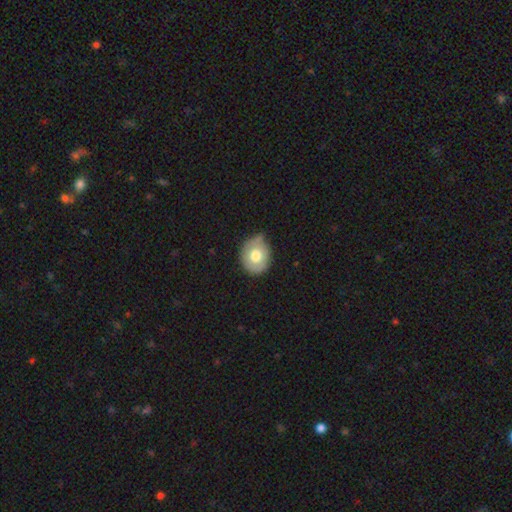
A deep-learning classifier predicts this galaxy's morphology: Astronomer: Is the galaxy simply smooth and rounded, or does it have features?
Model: smooth — 62%.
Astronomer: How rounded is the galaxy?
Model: round — 61% (runner-up: in between, 38%).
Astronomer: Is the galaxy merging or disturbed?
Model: none — 55% (runner-up: minor disturbance, 35%).